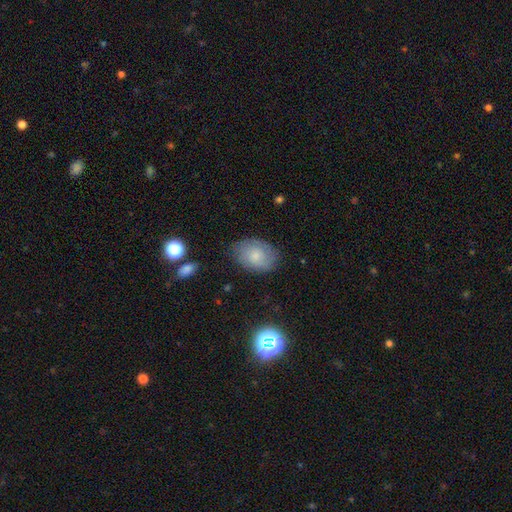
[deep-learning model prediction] smooth-or-featured: smooth: 60% | featured or disk: 31% | star or artifact: 9%
  how-rounded: in between: 78% | round: 20% | cigar-shaped: 1%
  merging: none: 74% | minor disturbance: 19% | major disturbance: 5% | merger: 1%